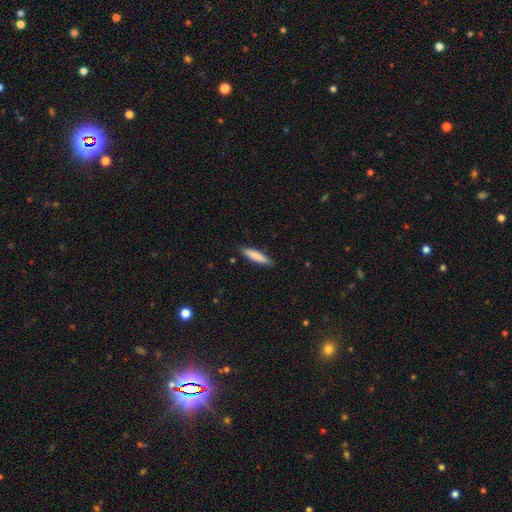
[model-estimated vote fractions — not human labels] Morphology: type=smooth (82%); roundness=cigar-shaped (83%); merging=none (88%).